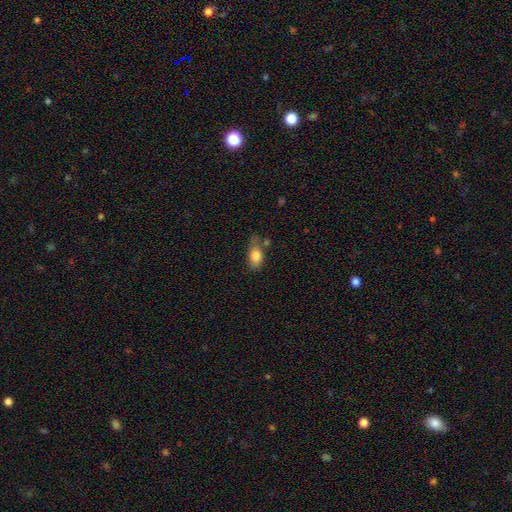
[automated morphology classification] smooth 81%, featured or disk 11%, star or artifact 8%. Down the decision tree: how rounded — in between (84%); merging — none (48%).